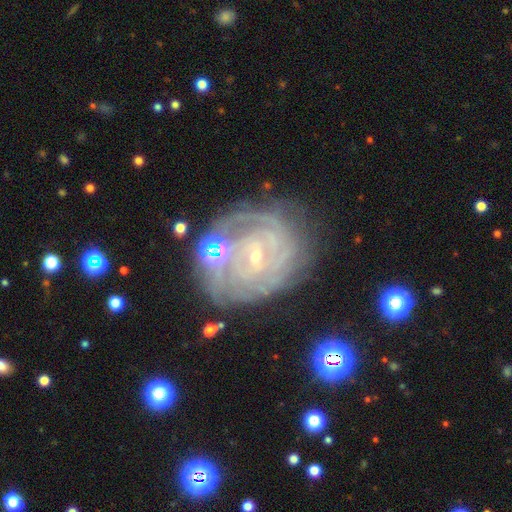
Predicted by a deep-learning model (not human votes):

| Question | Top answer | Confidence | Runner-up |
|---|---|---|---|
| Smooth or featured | featured or disk | 85% | smooth (8%) |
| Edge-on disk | no | 97% | yes (3%) |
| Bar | no | 50% | weak (37%) |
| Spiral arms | yes | 94% | no (6%) |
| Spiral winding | tight | 76% | medium (20%) |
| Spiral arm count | can't tell | 37% | 2 (18%) |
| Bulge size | small | 83% | moderate (12%) |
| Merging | none | 65% | minor disturbance (18%) |